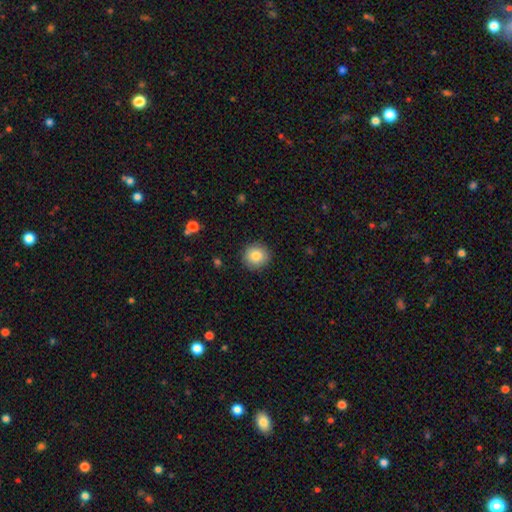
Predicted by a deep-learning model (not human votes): Smooth or featured? smooth (85%)
How rounded? round (92%)
Merging? none (90%)